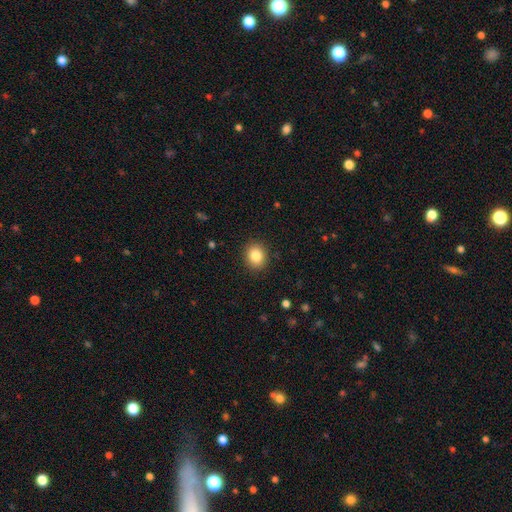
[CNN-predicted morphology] smooth-or-featured: smooth: 84% | star or artifact: 10% | featured or disk: 6%
  how-rounded: round: 68% | in between: 31% | cigar-shaped: 1%
  merging: none: 90% | minor disturbance: 7% | major disturbance: 2% | merger: 1%